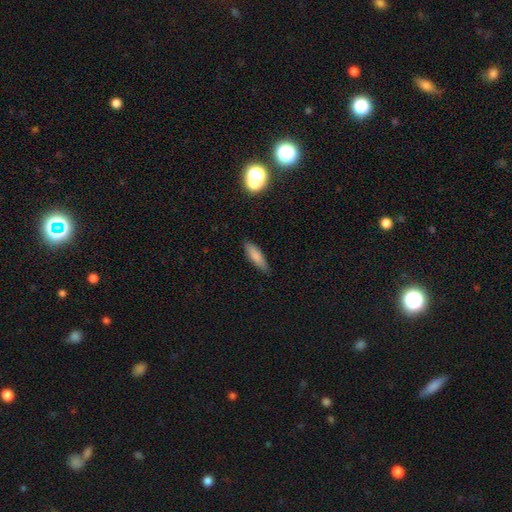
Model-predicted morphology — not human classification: This is clearly a smooth galaxy (82%). How rounded: possibly cigar-shaped (59%). Merging: clearly none (84%).